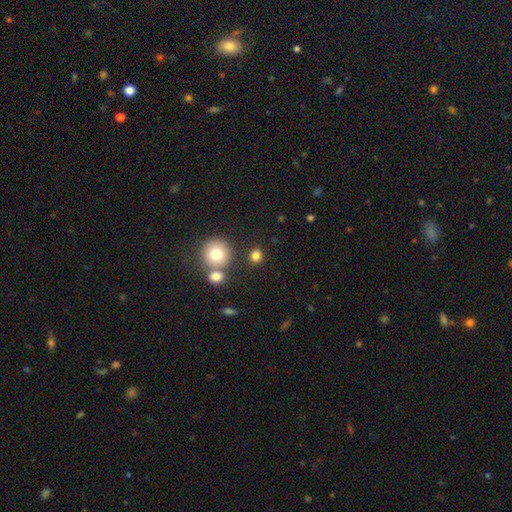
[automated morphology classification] smooth 80%, star or artifact 13%, featured or disk 7%. Down the decision tree: how rounded — round (82%); merging — none (77%).